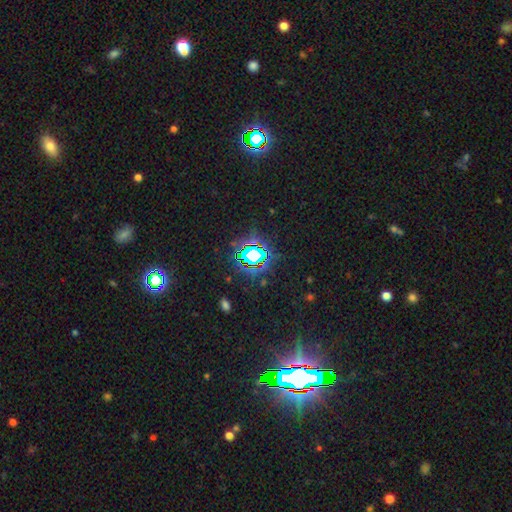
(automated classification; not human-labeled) Smooth or featured? Predicted: star or artifact (p=0.76).